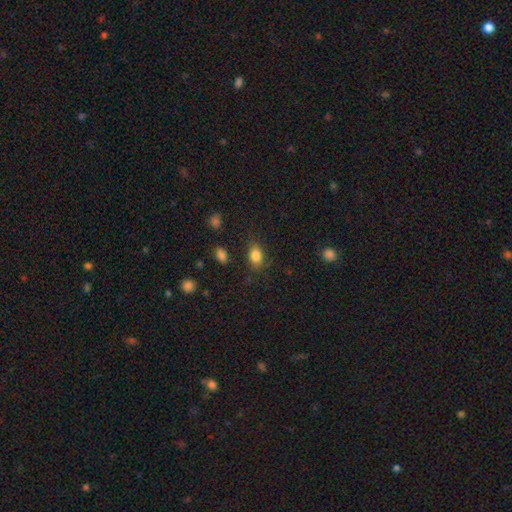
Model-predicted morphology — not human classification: Smooth or featured? Predicted: smooth (p=0.83). How rounded? Predicted: in between (p=0.81). Merging? Predicted: none (p=0.76).